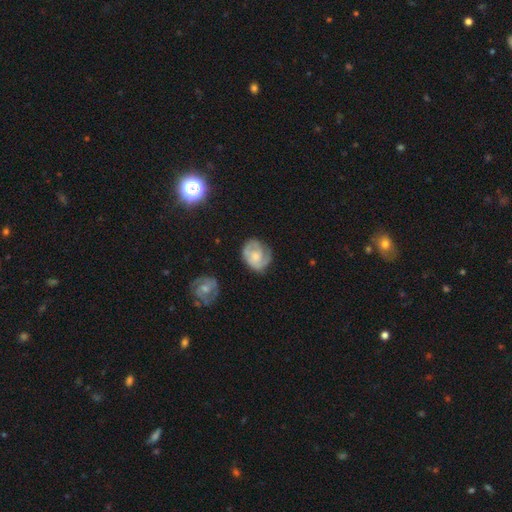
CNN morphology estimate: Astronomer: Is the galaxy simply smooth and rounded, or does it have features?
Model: featured or disk — 56% (runner-up: smooth, 37%).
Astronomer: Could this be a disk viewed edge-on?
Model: no — 97%.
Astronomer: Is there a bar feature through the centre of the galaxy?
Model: no — 72%.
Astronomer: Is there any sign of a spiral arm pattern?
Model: yes — 82%.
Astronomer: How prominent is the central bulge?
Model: moderate — 42% (runner-up: small, 37%).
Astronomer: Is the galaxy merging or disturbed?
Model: none — 63%.